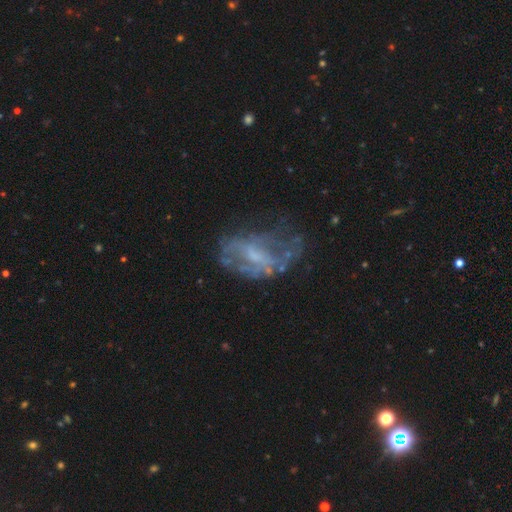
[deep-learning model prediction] Morphology: type=featured or disk (67%); edge-on=no (96%); bar=no (54%); spiral arms=no (64%); bulge=small (42%); merging=none (38%).